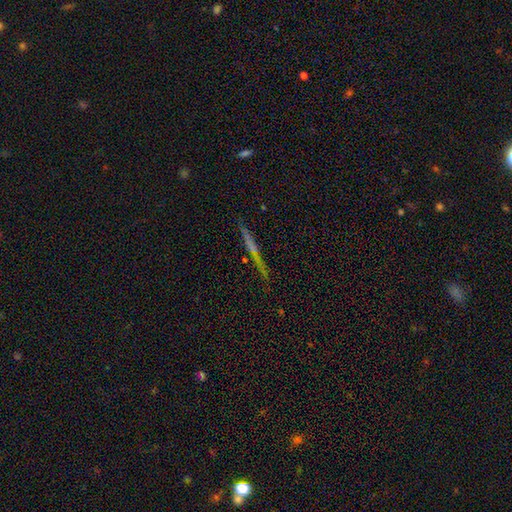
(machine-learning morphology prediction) type=featured or disk (67%); edge-on=yes (97%); edge-on bulge=none (50%); merging=none (90%).